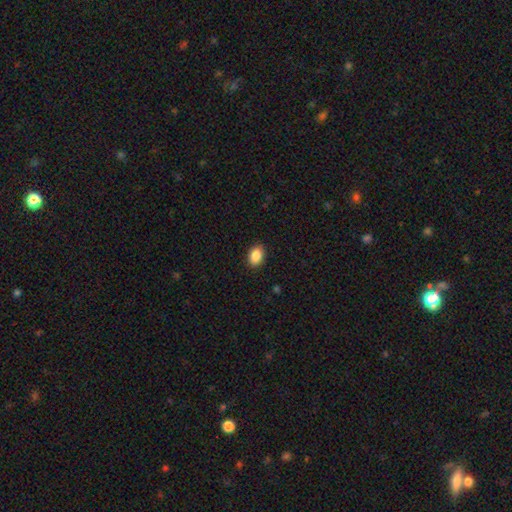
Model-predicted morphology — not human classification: Q: Smooth or featured?
A: smooth (88%); runner-up: star or artifact (8%)
Q: How rounded?
A: in between (82%); runner-up: round (16%)
Q: Merging?
A: none (90%); runner-up: minor disturbance (7%)